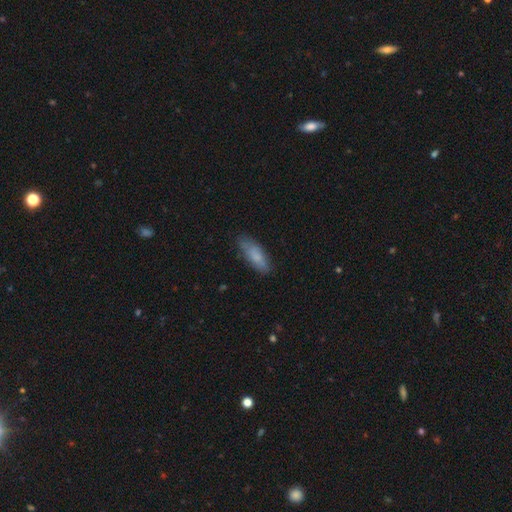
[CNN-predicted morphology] Smooth or featured?
  - smooth: 78% *
  - featured or disk: 16%
  - star or artifact: 6%
How rounded?
  - in between: 63% *
  - cigar-shaped: 36%
  - round: 2%
Merging?
  - none: 75% *
  - minor disturbance: 19%
  - major disturbance: 4%
  - merger: 1%